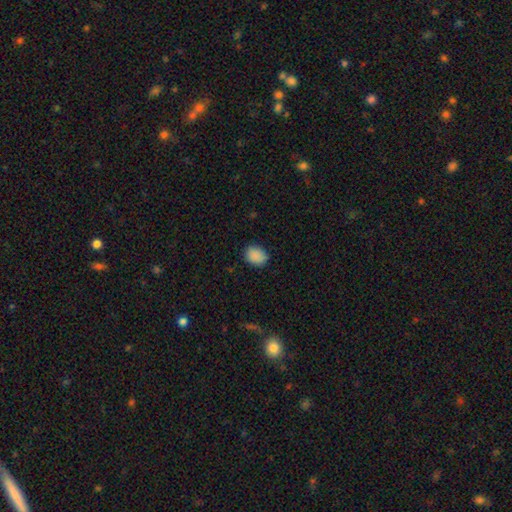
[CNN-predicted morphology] A smooth galaxy with no disk features (88%) that is in between round and cigar-shaped (60%).

Vote fractions:
- Smooth or featured? smooth: 88% / star or artifact: 9% / featured or disk: 3%
- How rounded? in between: 60% / round: 39% / cigar-shaped: 1%
- Merging? none: 82% / minor disturbance: 15% / major disturbance: 3% / merger: 1%